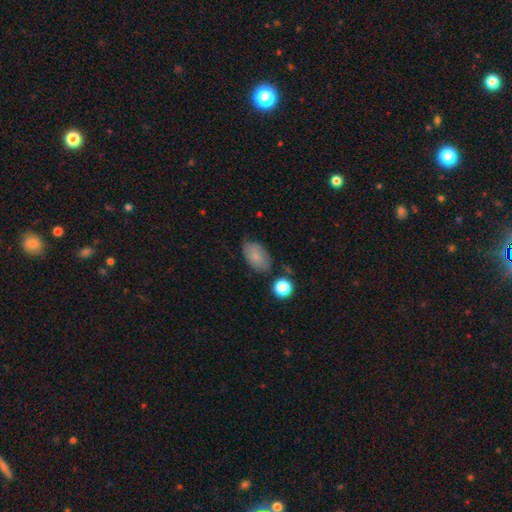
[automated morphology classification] Overall: smooth (79%). How rounded: in between (91%). Merging: none (71%).